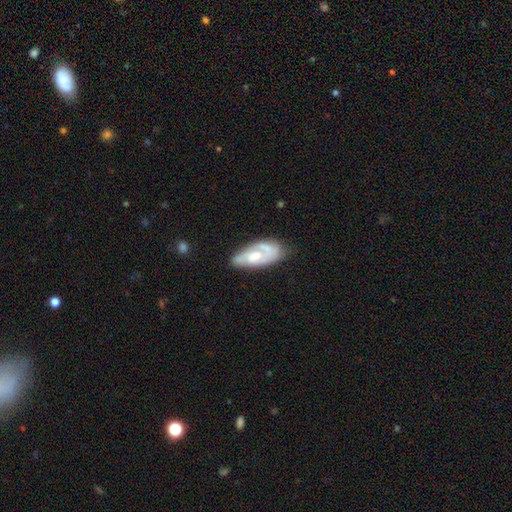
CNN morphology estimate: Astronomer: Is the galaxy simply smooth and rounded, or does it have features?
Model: featured or disk — 61%.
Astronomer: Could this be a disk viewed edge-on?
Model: no — 90%.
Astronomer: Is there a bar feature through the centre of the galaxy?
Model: no — 70%.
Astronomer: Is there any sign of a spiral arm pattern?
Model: yes — 65%.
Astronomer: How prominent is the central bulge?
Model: moderate — 57%.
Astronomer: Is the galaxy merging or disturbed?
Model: none — 51% (runner-up: minor disturbance, 27%).